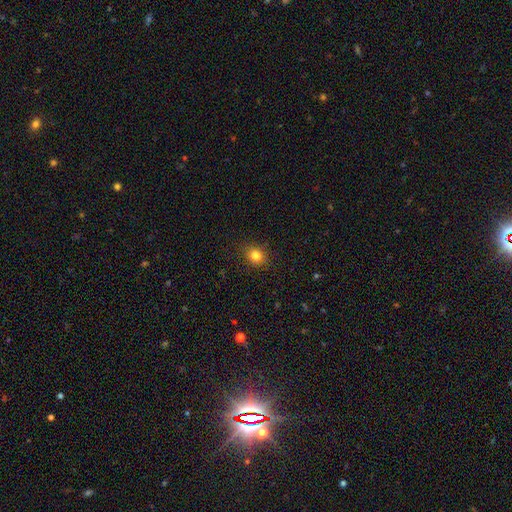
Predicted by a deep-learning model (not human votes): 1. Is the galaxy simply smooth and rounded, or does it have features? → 82% smooth, 12% star or artifact, 6% featured or disk.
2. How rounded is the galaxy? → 67% round, 32% in between, 1% cigar-shaped.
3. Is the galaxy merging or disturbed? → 88% none, 9% minor disturbance, 2% major disturbance, 1% merger.